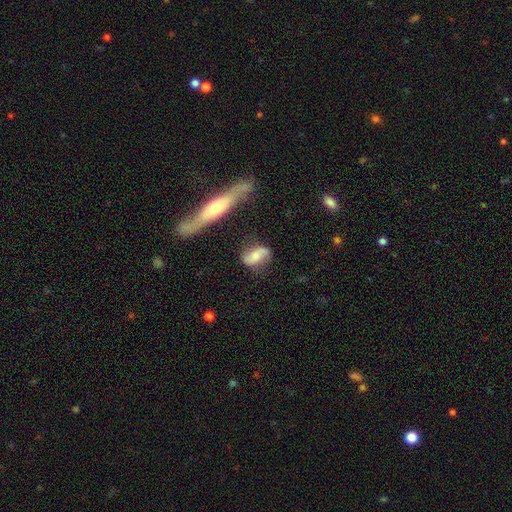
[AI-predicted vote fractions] Morphology: type=featured or disk (48%); merging=none (64%).